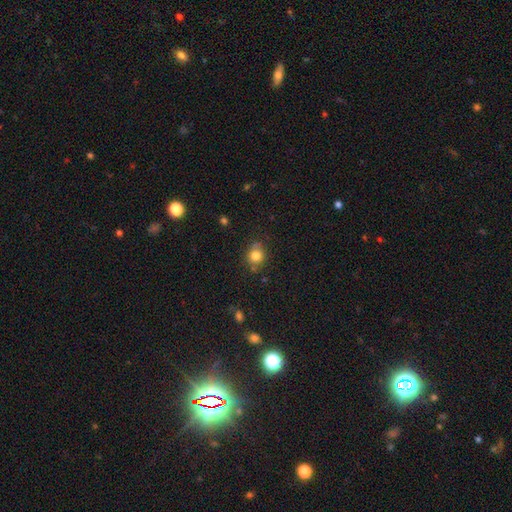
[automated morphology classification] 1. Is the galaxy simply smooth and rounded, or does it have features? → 80% smooth, 12% star or artifact, 7% featured or disk.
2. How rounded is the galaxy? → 82% round, 17% in between, 1% cigar-shaped.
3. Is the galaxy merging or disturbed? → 74% none, 15% minor disturbance, 7% merger, 4% major disturbance.